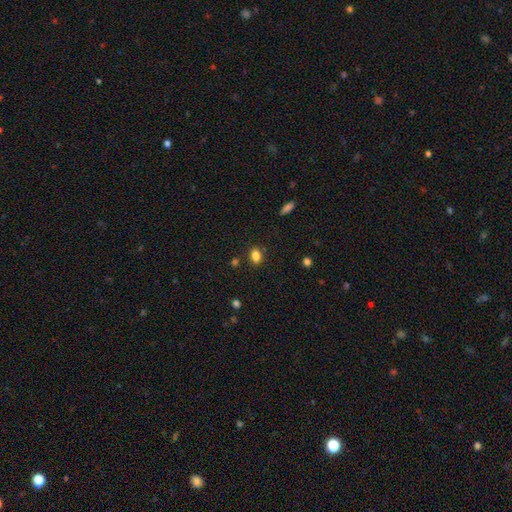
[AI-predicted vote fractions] Smooth or featured: smooth — 83% (star or artifact — 11%)
How rounded: in between — 73% (round — 25%)
Merging: none — 85% (minor disturbance — 10%)